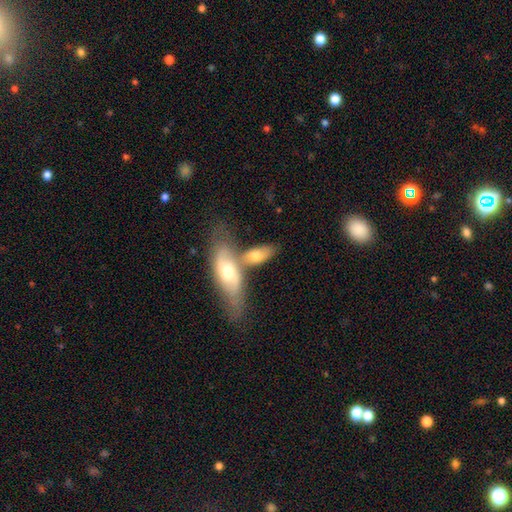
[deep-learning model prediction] Q: Smooth or featured?
A: smooth (62%); runner-up: featured or disk (33%)
Q: How rounded?
A: in between (78%); runner-up: cigar-shaped (19%)
Q: Merging?
A: merger (54%); runner-up: none (30%)